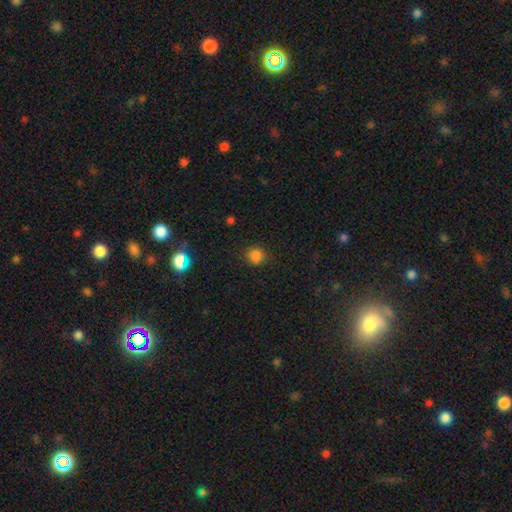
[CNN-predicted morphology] A smooth galaxy with no disk features (79%) that is round (80%).

Vote fractions:
- Smooth or featured? smooth: 79% / star or artifact: 16% / featured or disk: 5%
- How rounded? round: 80% / in between: 19% / cigar-shaped: 1%
- Merging? none: 79% / minor disturbance: 15% / major disturbance: 4% / merger: 2%